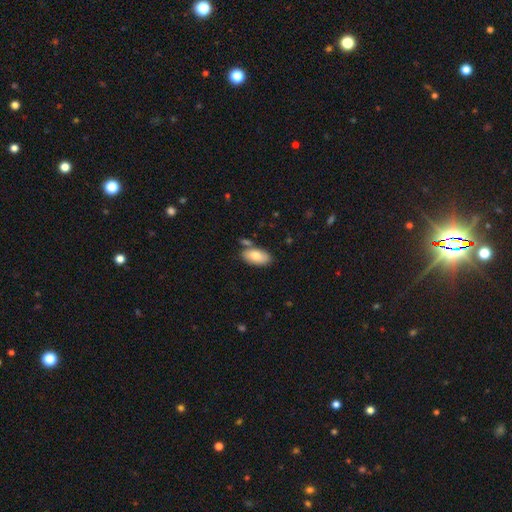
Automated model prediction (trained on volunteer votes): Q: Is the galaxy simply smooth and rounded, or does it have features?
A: smooth — 80%.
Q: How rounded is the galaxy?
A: in between — 94%.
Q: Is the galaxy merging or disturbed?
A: none — 72%.